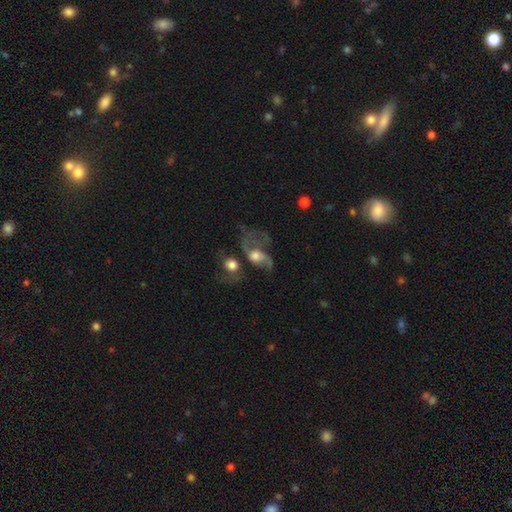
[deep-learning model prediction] Overall: featured or disk (54%; smooth 36%). Edge-on disk: no (95%). Bar: no (75%). Spiral arms: yes (65%; no 35%). Bulge size: moderate (48%; large 29%). Merging: merger (35%; major disturbance 34%).